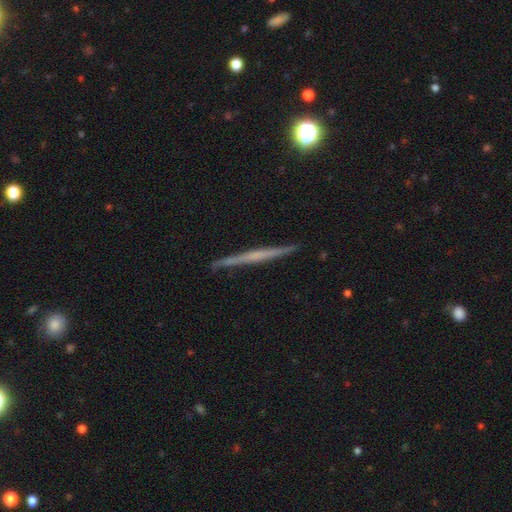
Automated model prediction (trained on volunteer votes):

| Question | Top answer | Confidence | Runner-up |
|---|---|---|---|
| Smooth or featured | featured or disk | 65% | smooth (29%) |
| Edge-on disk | yes | 98% | no (2%) |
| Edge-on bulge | none | 75% | rounded (17%) |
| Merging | none | 91% | minor disturbance (6%) |